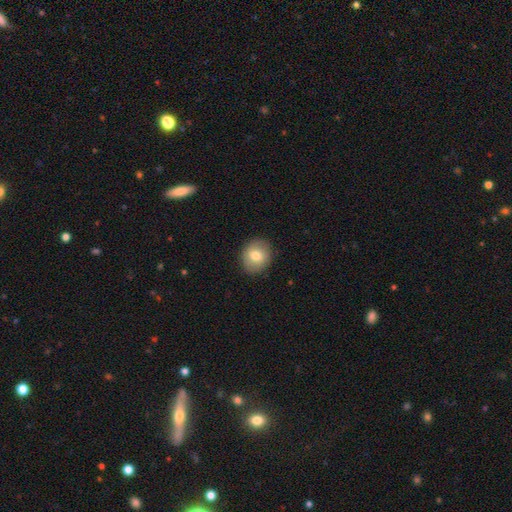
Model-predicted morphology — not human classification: Smooth or featured?
  - smooth: 76% *
  - featured or disk: 16%
  - star or artifact: 8%
How rounded?
  - round: 68% *
  - in between: 31%
  - cigar-shaped: 1%
Merging?
  - none: 87% *
  - minor disturbance: 9%
  - major disturbance: 2%
  - merger: 1%